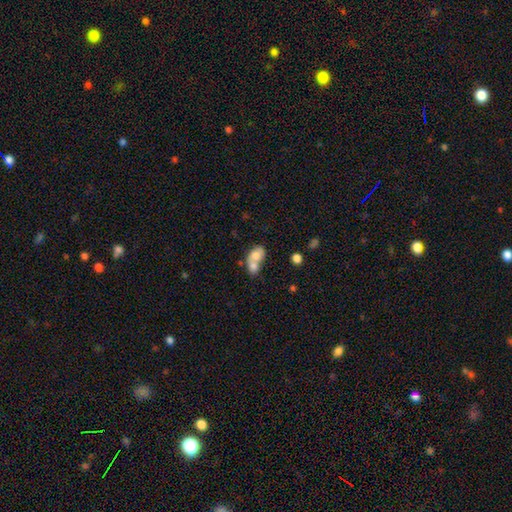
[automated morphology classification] A smooth galaxy with no disk features (67%) that is in between round and cigar-shaped (69%).

Vote fractions:
- Smooth or featured? smooth: 67% / featured or disk: 25% / star or artifact: 8%
- How rounded? in between: 69% / round: 29% / cigar-shaped: 2%
- Merging? merger: 74% / none: 15% / minor disturbance: 7% / major disturbance: 5%